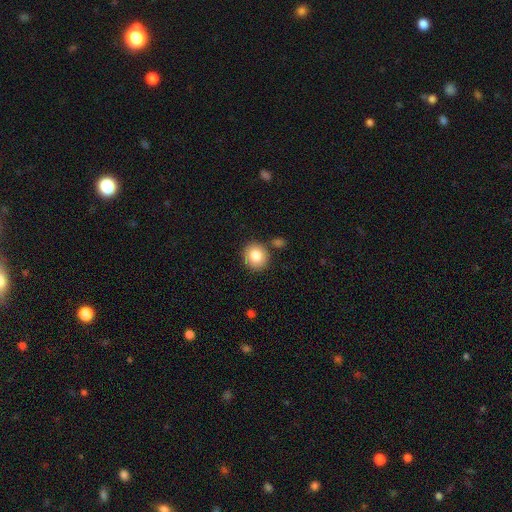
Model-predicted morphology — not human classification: Smooth or featured?
  - smooth: 83% *
  - star or artifact: 9%
  - featured or disk: 8%
How rounded?
  - round: 86% *
  - in between: 14%
  - cigar-shaped: 1%
Merging?
  - none: 81% *
  - minor disturbance: 9%
  - merger: 7%
  - major disturbance: 3%